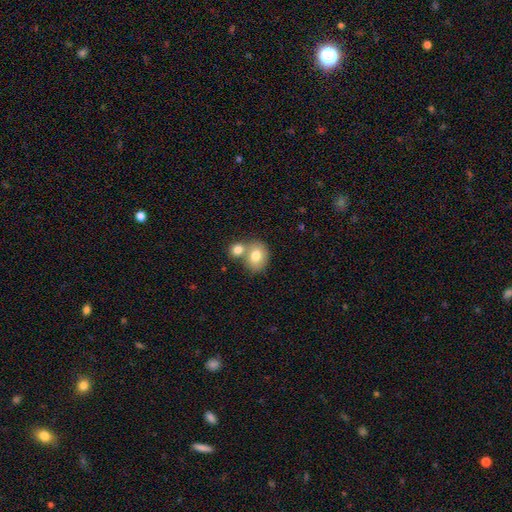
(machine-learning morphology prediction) smooth_or_featured: smooth (p=0.78) [alt: featured or disk p=0.14]
how_rounded: round (p=0.60) [alt: in between p=0.39]
merging: merger (p=0.49) [alt: none p=0.39]